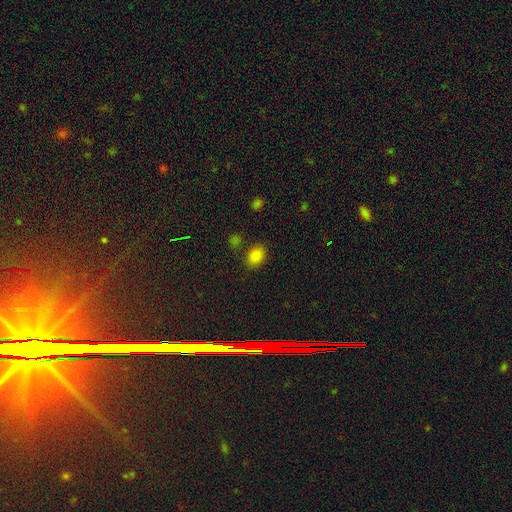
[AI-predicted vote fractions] A smooth galaxy with no disk features (82%) that is in between round and cigar-shaped (65%). Merging: none (79%).